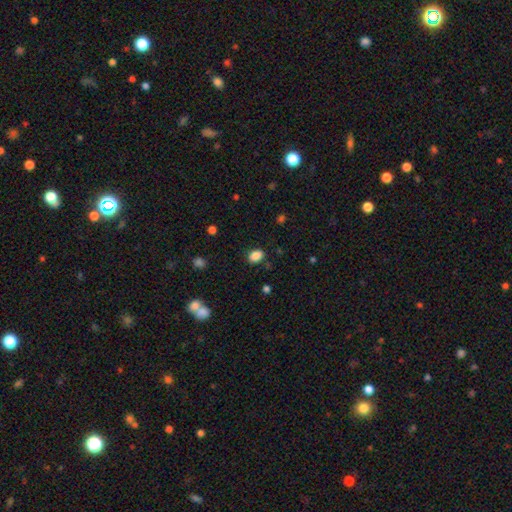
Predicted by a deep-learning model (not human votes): Smooth or featured: smooth — 87% (star or artifact — 10%)
How rounded: in between — 79% (round — 19%)
Merging: none — 84% (minor disturbance — 11%)